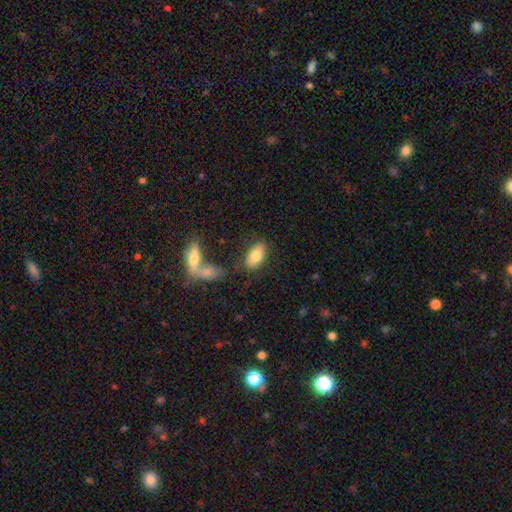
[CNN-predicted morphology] The model was most divided on "merging": none: 74%, minor disturbance: 12%, merger: 10%, major disturbance: 4%. More confident: how rounded — in between (92%); smooth or featured — smooth (79%).